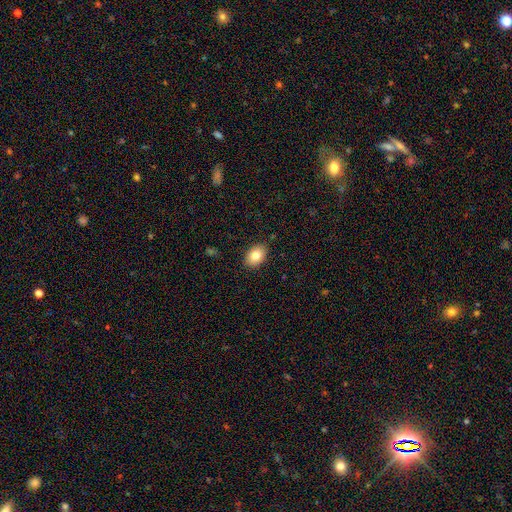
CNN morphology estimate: Smooth or featured? Predicted: smooth (p=0.82). How rounded? Predicted: in between (p=0.77). Merging? Predicted: none (p=0.88).